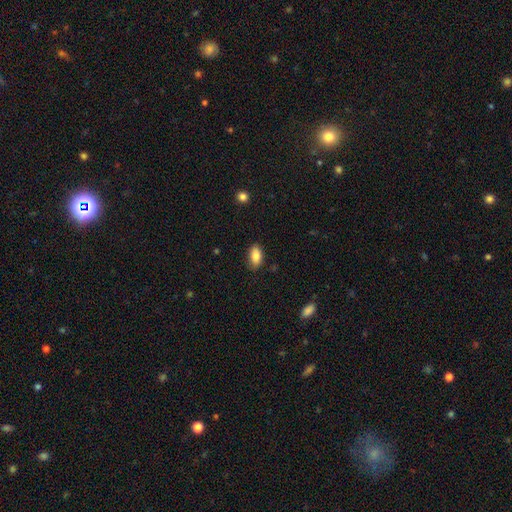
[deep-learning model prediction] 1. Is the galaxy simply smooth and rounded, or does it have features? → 86% smooth, 7% star or artifact, 7% featured or disk.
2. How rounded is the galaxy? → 92% in between, 5% round, 3% cigar-shaped.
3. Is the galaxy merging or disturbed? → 82% none, 14% minor disturbance, 3% major disturbance, 1% merger.